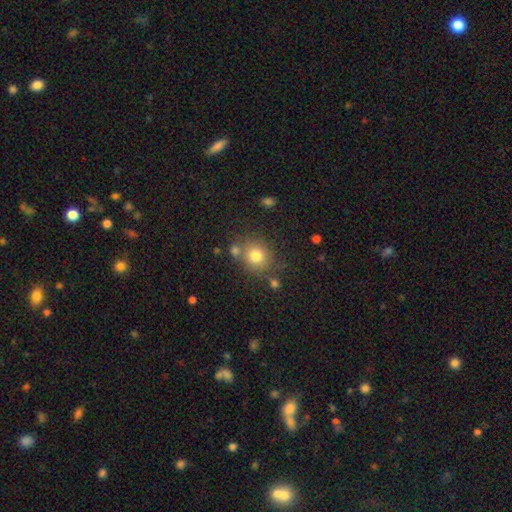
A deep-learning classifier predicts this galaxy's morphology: Q: Smooth or featured?
A: smooth (78%); runner-up: star or artifact (12%)
Q: How rounded?
A: round (82%); runner-up: in between (17%)
Q: Merging?
A: none (71%); runner-up: merger (13%)